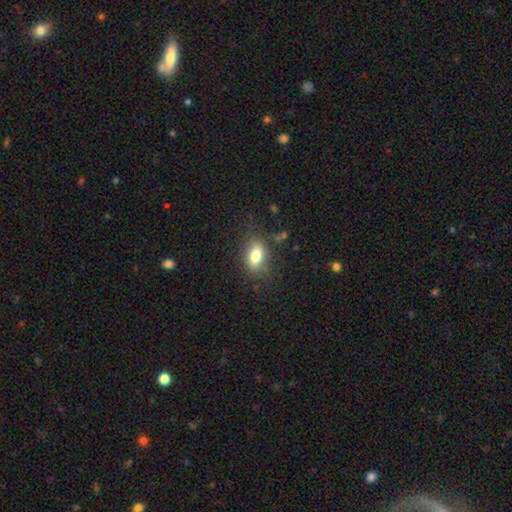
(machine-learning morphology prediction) Q: Smooth or featured?
A: smooth (79%); runner-up: featured or disk (12%)
Q: How rounded?
A: in between (84%); runner-up: round (13%)
Q: Merging?
A: none (80%); runner-up: minor disturbance (14%)